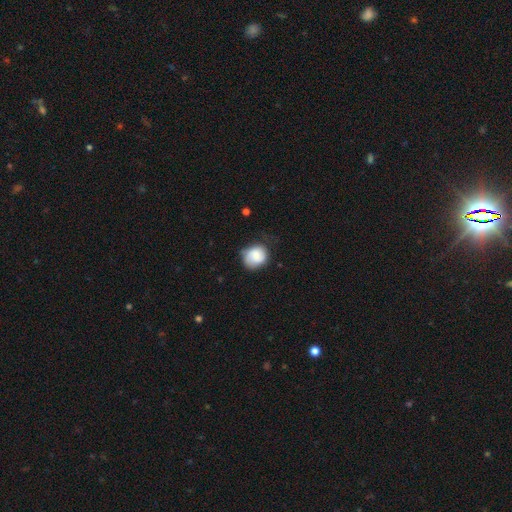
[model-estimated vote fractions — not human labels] This is likely a smooth galaxy (77%). How rounded: likely round (71%). Merging: possibly none (53%).